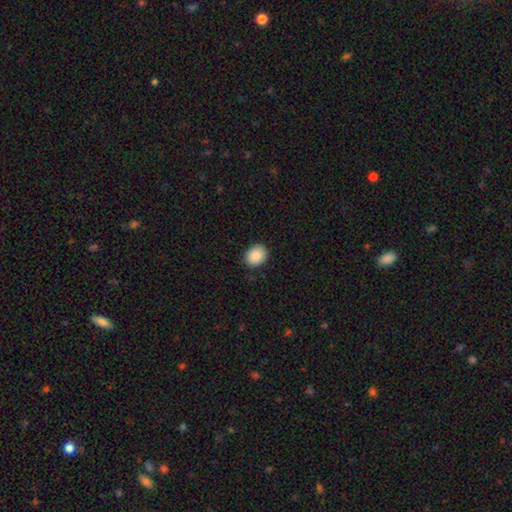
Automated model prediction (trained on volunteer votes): This appears to be a smooth galaxy with no disk features (89%) that is in between round and cigar-shaped (54%). Merging: none (88%).